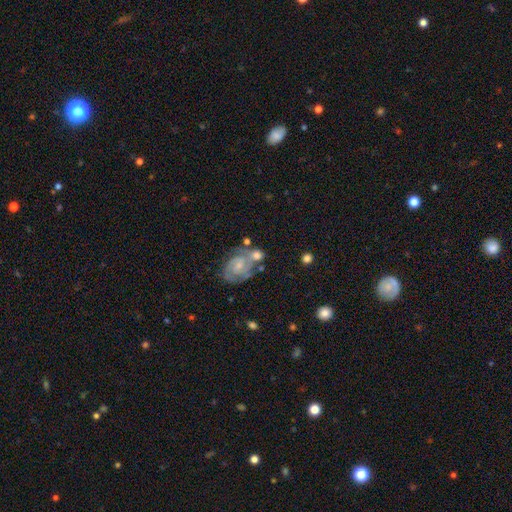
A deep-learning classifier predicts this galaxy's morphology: type=featured or disk (59%); edge-on=no (96%); bar=no (59%); spiral arms=yes (85%); bulge=small (63%); merging=none (45%).